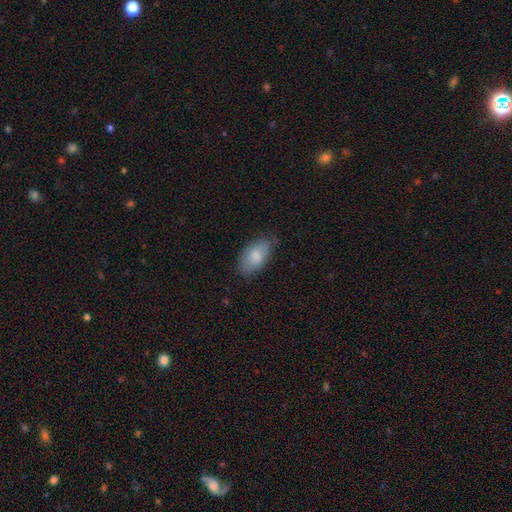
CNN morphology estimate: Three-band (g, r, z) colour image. It shows a smooth galaxy with no disk features (80%) that is in between round and cigar-shaped (94%). Merging: none (70%).